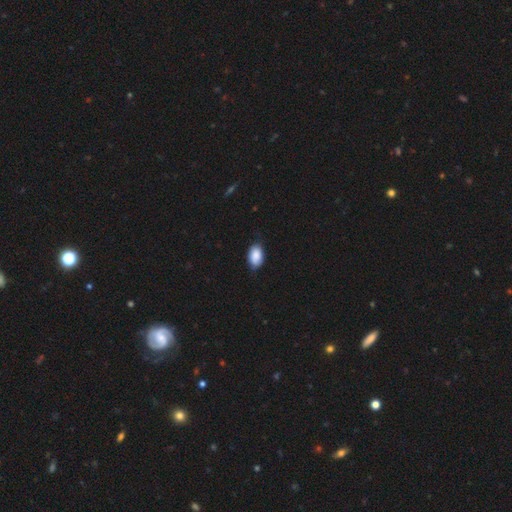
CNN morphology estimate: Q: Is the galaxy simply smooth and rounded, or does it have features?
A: smooth — 88%.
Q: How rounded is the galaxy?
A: in between — 92%.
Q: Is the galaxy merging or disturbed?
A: none — 78%.